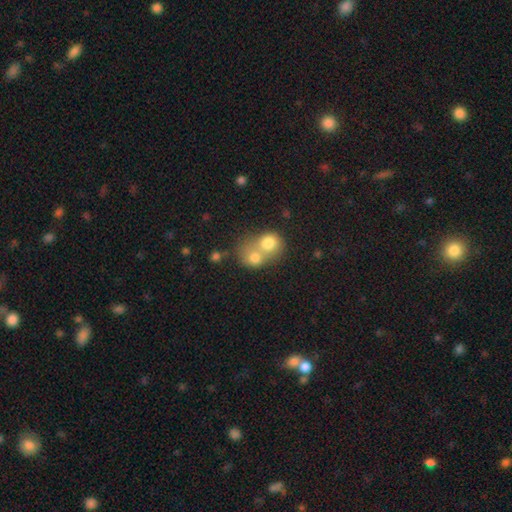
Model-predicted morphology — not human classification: smooth 71%, featured or disk 17%, star or artifact 12%. Down the decision tree: how rounded — round (73%); merging — merger (68%).